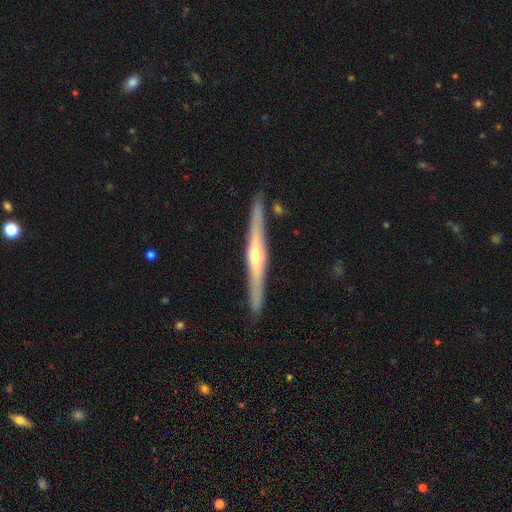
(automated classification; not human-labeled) Morphology: type=featured or disk (79%); edge-on=yes (98%); edge-on bulge=rounded (84%); merging=none (90%).